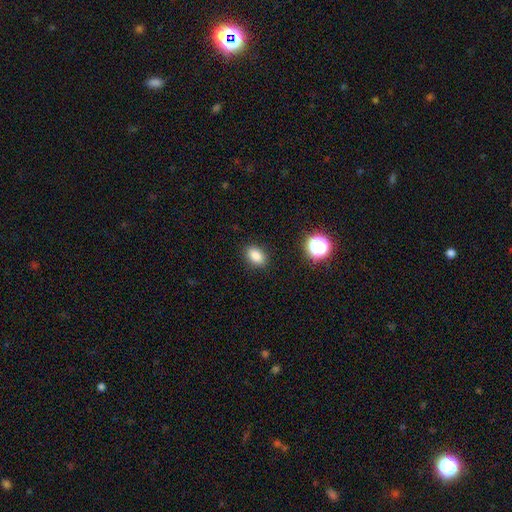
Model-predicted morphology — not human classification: smooth 84%, star or artifact 11%, featured or disk 4%. Down the decision tree: how rounded — in between (83%); merging — none (88%).